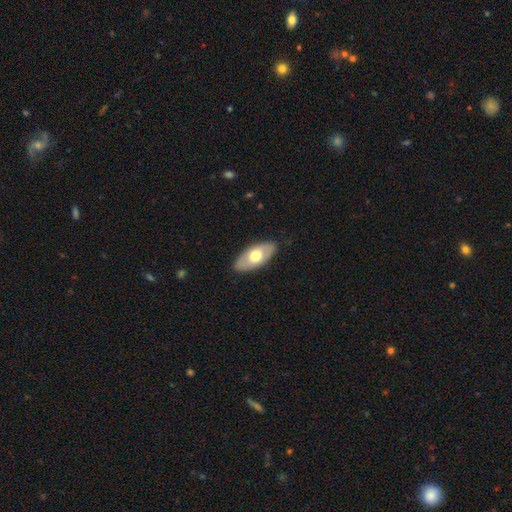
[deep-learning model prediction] Smooth or featured? smooth (59%)
How rounded? in between (90%)
Merging? none (87%)